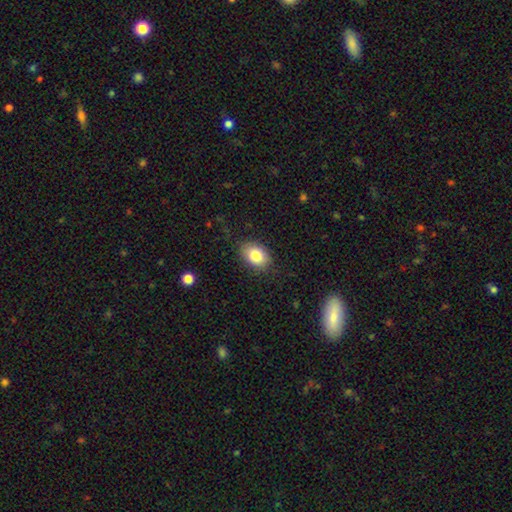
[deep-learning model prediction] The model was most divided on "how rounded": in between: 77%, round: 21%, cigar-shaped: 1%. More confident: merging — none (82%); smooth or featured — smooth (82%).